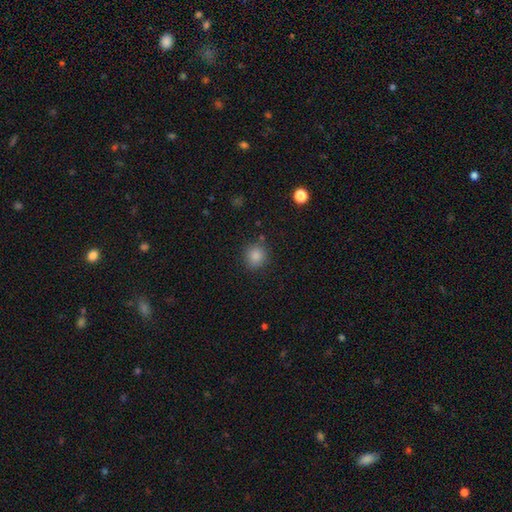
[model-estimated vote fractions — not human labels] Smooth or featured: smooth — 85% (star or artifact — 11%)
How rounded: round — 86% (in between — 13%)
Merging: none — 85% (minor disturbance — 9%)